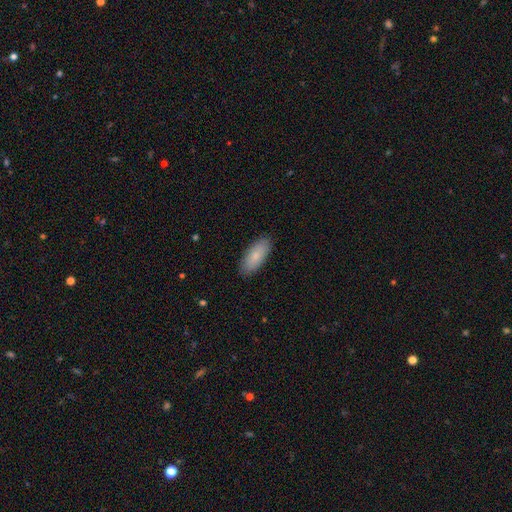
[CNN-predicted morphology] smooth-or-featured: smooth: 82% | featured or disk: 12% | star or artifact: 6%
  how-rounded: in between: 83% | cigar-shaped: 15% | round: 2%
  merging: none: 89% | minor disturbance: 9% | major disturbance: 2% | merger: 1%